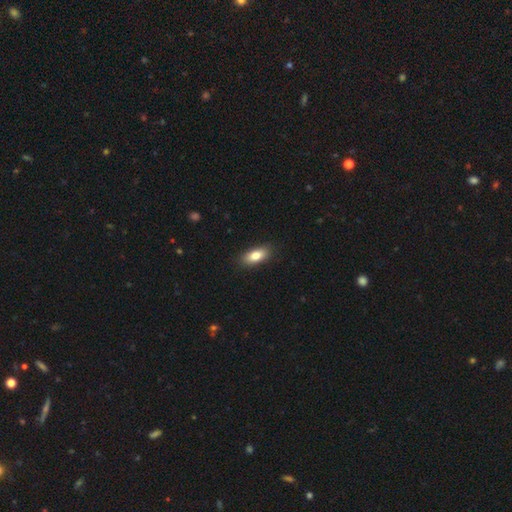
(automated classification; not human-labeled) Smooth or featured: smooth — 82% (featured or disk — 11%)
How rounded: in between — 85% (cigar-shaped — 11%)
Merging: none — 88% (minor disturbance — 9%)